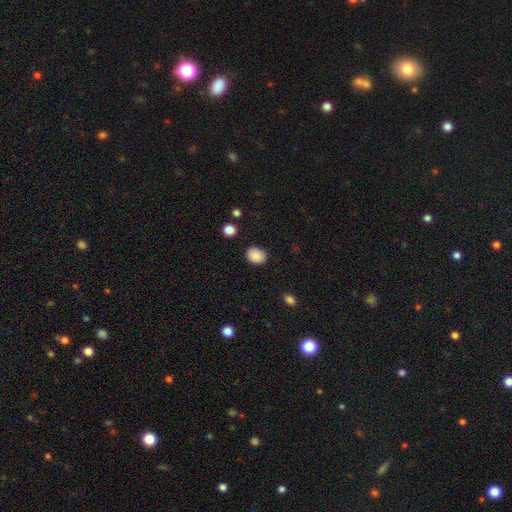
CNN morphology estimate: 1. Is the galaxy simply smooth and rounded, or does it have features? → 89% smooth, 8% star or artifact, 3% featured or disk.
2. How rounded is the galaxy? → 51% in between, 48% round, 1% cigar-shaped.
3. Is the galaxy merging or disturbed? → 87% none, 9% minor disturbance, 3% major disturbance, 1% merger.